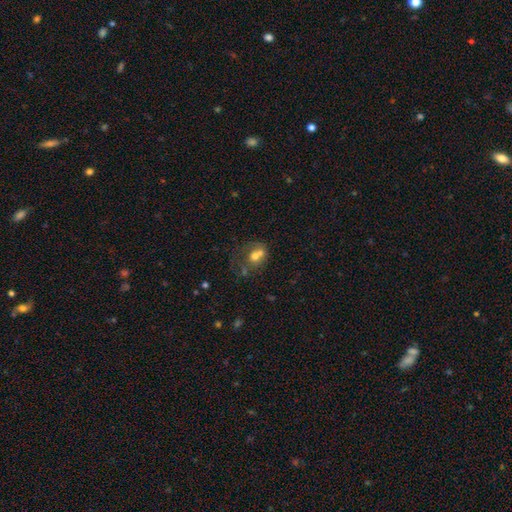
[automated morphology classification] smooth_or_featured: smooth (p=0.61) [alt: featured or disk p=0.27]
how_rounded: round (p=0.55) [alt: in between p=0.44]
merging: merger (p=0.55) [alt: none p=0.23]